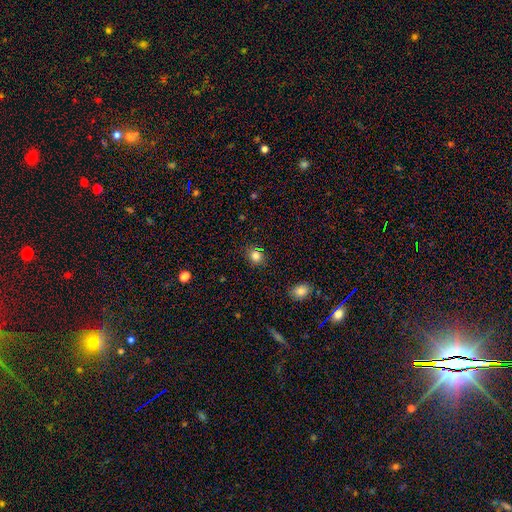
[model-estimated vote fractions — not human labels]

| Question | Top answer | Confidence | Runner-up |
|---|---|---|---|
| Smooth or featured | smooth | 81% | star or artifact (14%) |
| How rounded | round | 75% | in between (24%) |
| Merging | none | 85% | minor disturbance (10%) |